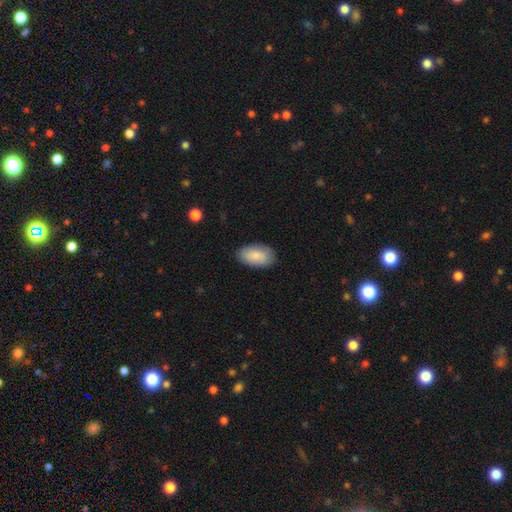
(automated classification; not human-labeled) Q: Smooth or featured?
A: smooth (87%); runner-up: featured or disk (8%)
Q: How rounded?
A: in between (95%); runner-up: round (4%)
Q: Merging?
A: none (85%); runner-up: minor disturbance (12%)